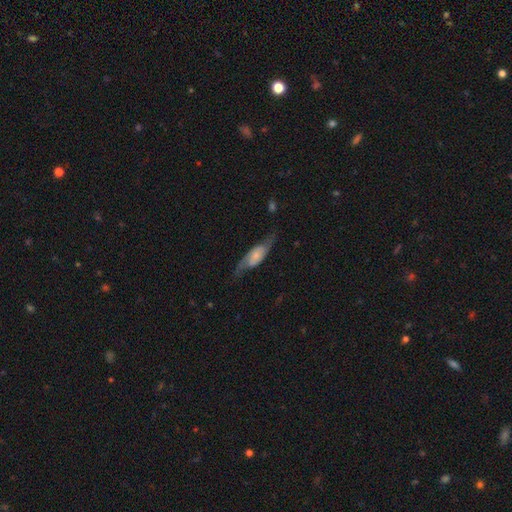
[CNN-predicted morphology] smooth_or_featured: featured or disk (p=0.62) [alt: smooth p=0.31]
disk_edge_on: no (p=0.80) [alt: yes p=0.20]
bar: no (p=0.65) [alt: weak p=0.26]
has_spiral_arms: yes (p=0.86) [alt: no p=0.14]
bulge_size: small (p=0.55) [alt: moderate p=0.23]
merging: none (p=0.65) [alt: minor disturbance p=0.21]